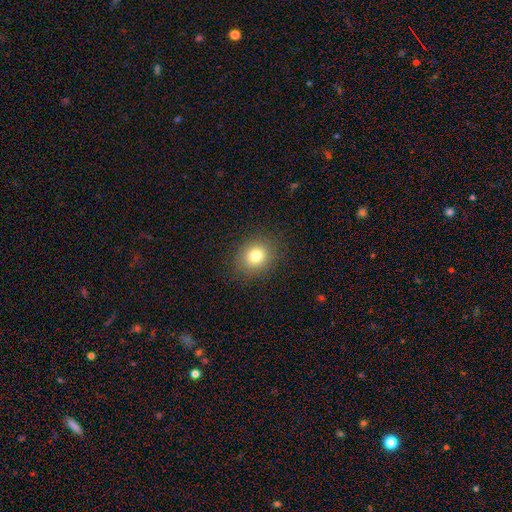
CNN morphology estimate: smooth 79%, star or artifact 12%, featured or disk 8%. Down the decision tree: how rounded — round (72%); merging — none (88%).